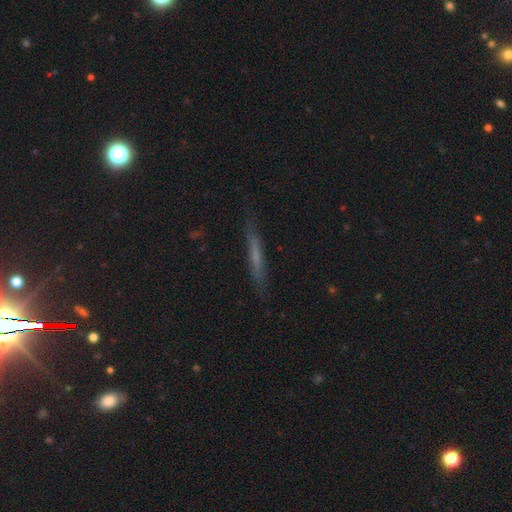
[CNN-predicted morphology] A smooth galaxy with no disk features (47%).

Vote fractions:
- Smooth or featured? smooth: 47% / featured or disk: 43% / star or artifact: 10%
- Merging? none: 83% / minor disturbance: 13% / major disturbance: 3% / merger: 1%